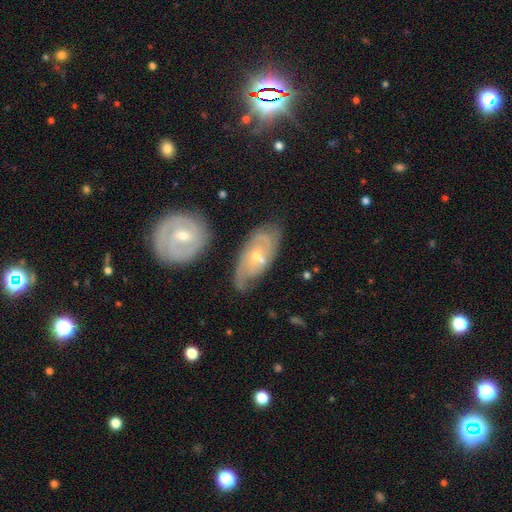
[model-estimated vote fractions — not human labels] Smooth or featured? Predicted: featured or disk (p=0.76). Edge-on disk? Predicted: no (p=0.94). Bar? Predicted: no (p=0.63). Spiral arms? Predicted: yes (p=0.89). Spiral winding? Predicted: tight (p=0.52). Spiral arm count? Predicted: 2 (p=0.47). Bulge size? Predicted: small (p=0.64). Merging? Predicted: none (p=0.56).